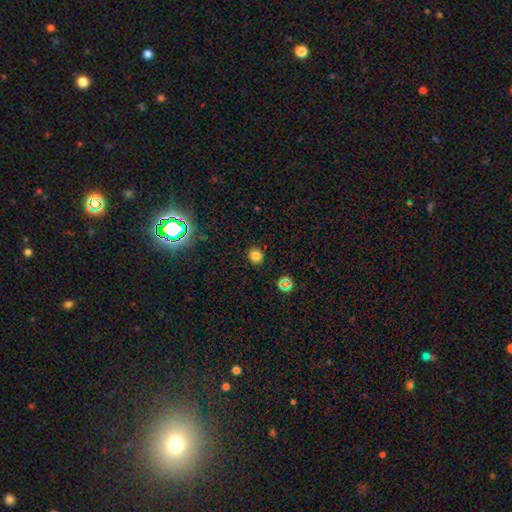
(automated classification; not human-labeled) A smooth galaxy with no disk features (78%) that is round (87%). Merging: none (91%).